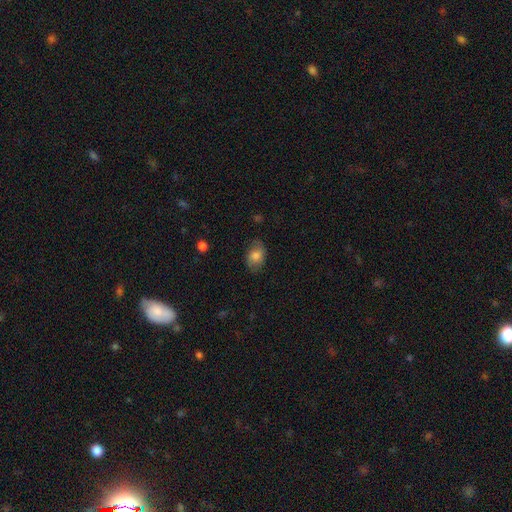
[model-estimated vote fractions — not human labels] smooth_or_featured: smooth (p=0.71) [alt: featured or disk p=0.20]
how_rounded: in between (p=0.76) [alt: round p=0.23]
merging: none (p=0.73) [alt: minor disturbance p=0.20]